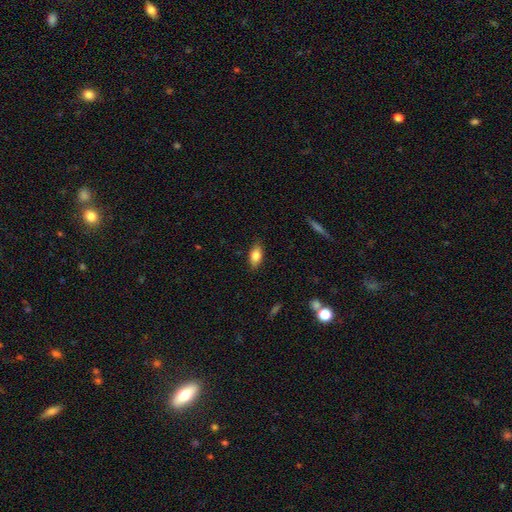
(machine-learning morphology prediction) Smooth or featured? smooth (82%)
How rounded? in between (88%)
Merging? none (85%)